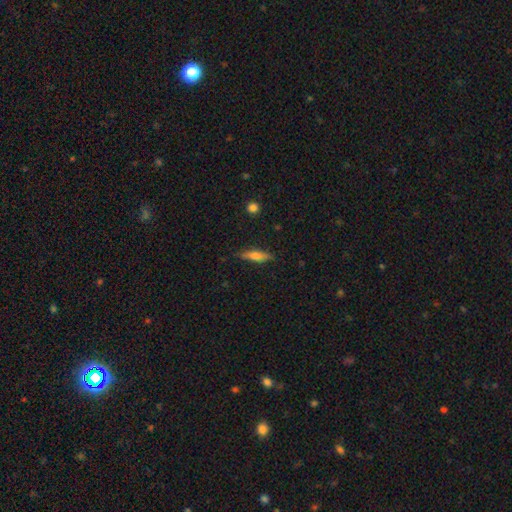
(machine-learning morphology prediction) smooth_or_featured: smooth (p=0.55) [alt: featured or disk p=0.38]
how_rounded: cigar-shaped (p=0.73) [alt: in between p=0.25]
merging: none (p=0.85) [alt: minor disturbance p=0.12]